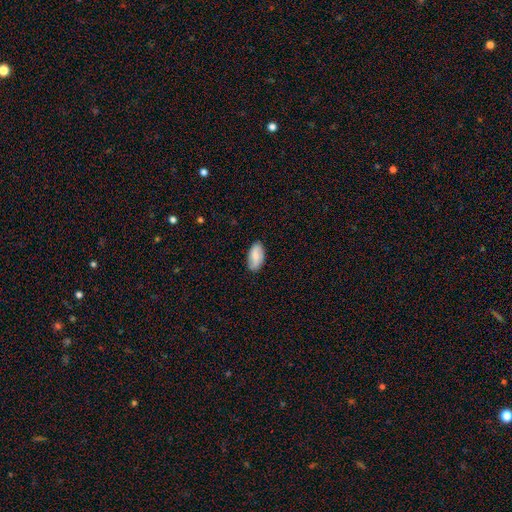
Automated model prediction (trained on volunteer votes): This appears to be a smooth galaxy with no disk features (69%) that is in between round and cigar-shaped (93%). Merging: none (83%).